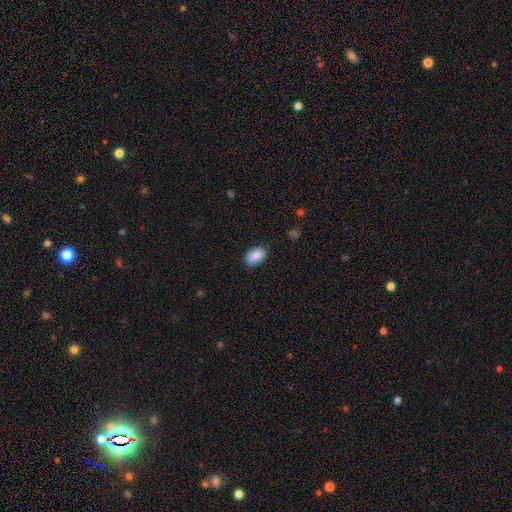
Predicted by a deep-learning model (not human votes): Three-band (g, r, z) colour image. It shows a smooth galaxy with no disk features (87%) that is in between round and cigar-shaped (92%). Merging: none (83%).